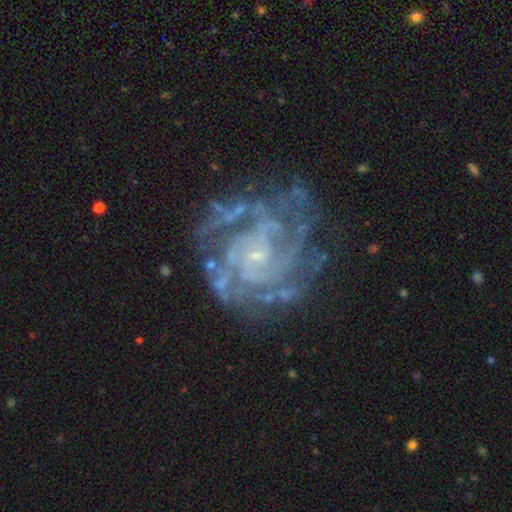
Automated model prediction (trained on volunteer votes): Q: Smooth or featured?
A: featured or disk (88%); runner-up: star or artifact (7%)
Q: Edge-on disk?
A: no (98%); runner-up: yes (2%)
Q: Bar?
A: no (68%); runner-up: weak (25%)
Q: Spiral arms?
A: yes (96%); runner-up: no (4%)
Q: Spiral winding?
A: tight (67%); runner-up: medium (28%)
Q: Spiral arm count?
A: can't tell (25%); runner-up: 3 (21%)
Q: Bulge size?
A: small (80%); runner-up: moderate (10%)
Q: Merging?
A: none (70%); runner-up: minor disturbance (17%)